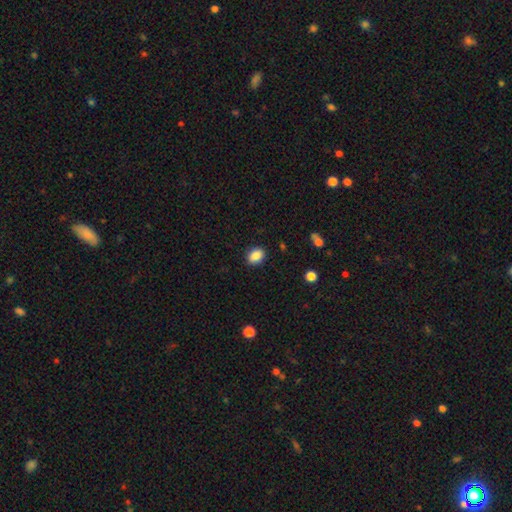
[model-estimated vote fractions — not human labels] The model was most divided on "how rounded": in between: 66%, round: 33%, cigar-shaped: 1%. More confident: merging — none (88%); smooth or featured — smooth (88%).